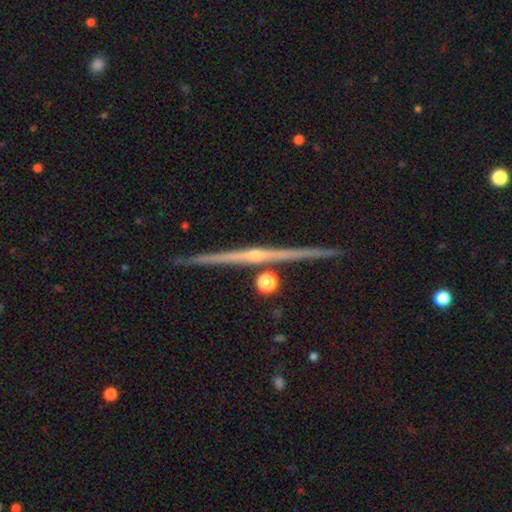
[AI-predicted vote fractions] A featured or disk galaxy (85%) viewed edge-on (99%) with a rounded central bulge (64%). Merging: none (91%).